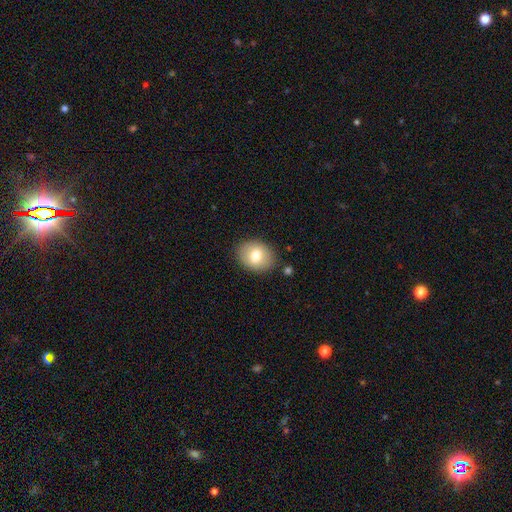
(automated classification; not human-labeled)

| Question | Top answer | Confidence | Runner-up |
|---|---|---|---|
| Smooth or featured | smooth | 75% | featured or disk (17%) |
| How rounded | in between | 56% | round (43%) |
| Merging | none | 84% | minor disturbance (11%) |